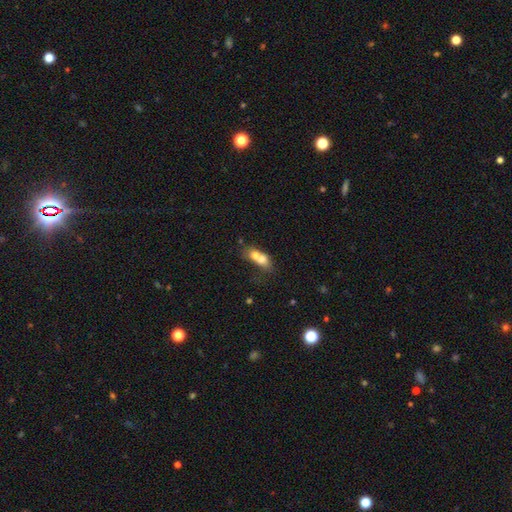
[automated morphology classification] smooth 66%, featured or disk 24%, star or artifact 10%. Down the decision tree: how rounded — in between (56%); merging — merger (69%).